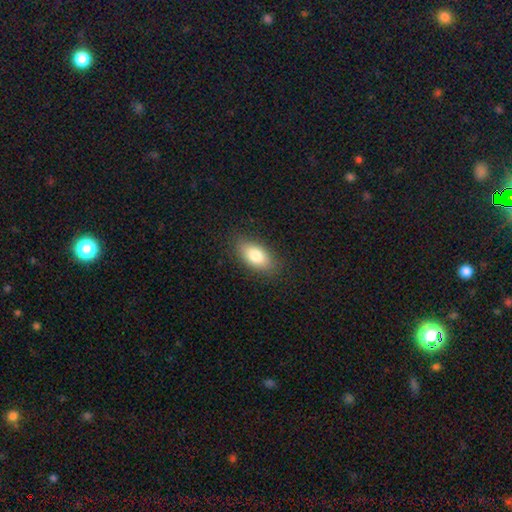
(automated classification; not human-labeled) The model was most divided on "smooth or featured": smooth: 81%, featured or disk: 11%, star or artifact: 7%. More confident: how rounded — in between (90%); merging — none (85%).